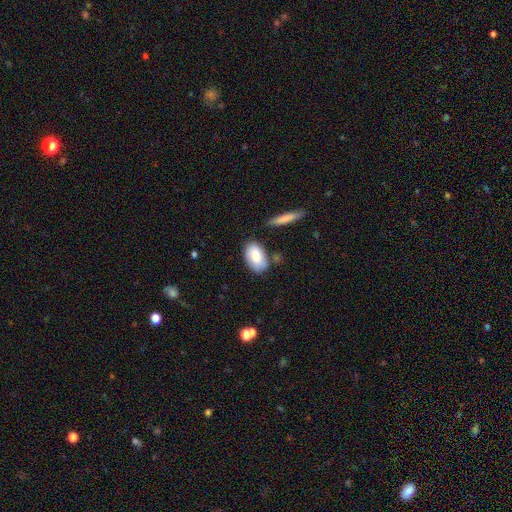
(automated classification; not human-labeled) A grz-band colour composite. It shows a smooth galaxy with no disk features (77%) that is in between round and cigar-shaped (91%). Merging: none (71%).